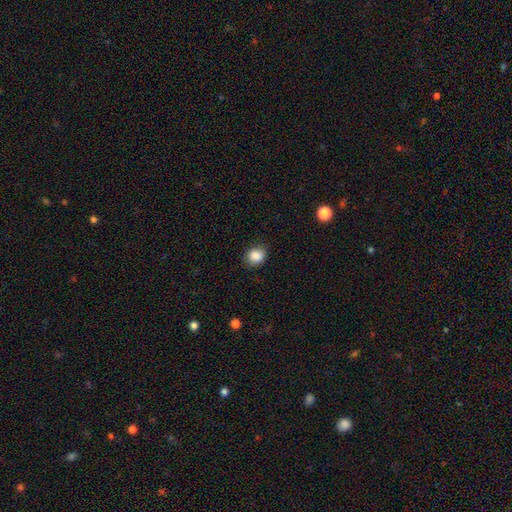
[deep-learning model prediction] Smooth or featured?
  - smooth: 87% *
  - star or artifact: 9%
  - featured or disk: 4%
How rounded?
  - round: 64% *
  - in between: 35%
  - cigar-shaped: 1%
Merging?
  - none: 82% *
  - minor disturbance: 13%
  - major disturbance: 3%
  - merger: 1%